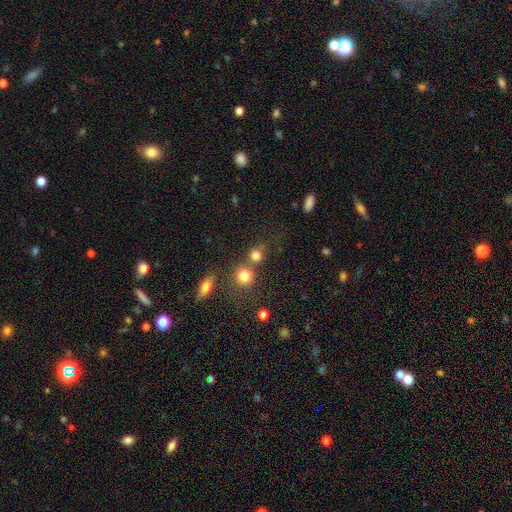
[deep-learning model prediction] smooth-or-featured: smooth: 80% | star or artifact: 13% | featured or disk: 7%
  how-rounded: round: 85% | in between: 14% | cigar-shaped: 2%
  merging: none: 53% | merger: 34% | minor disturbance: 8% | major disturbance: 5%